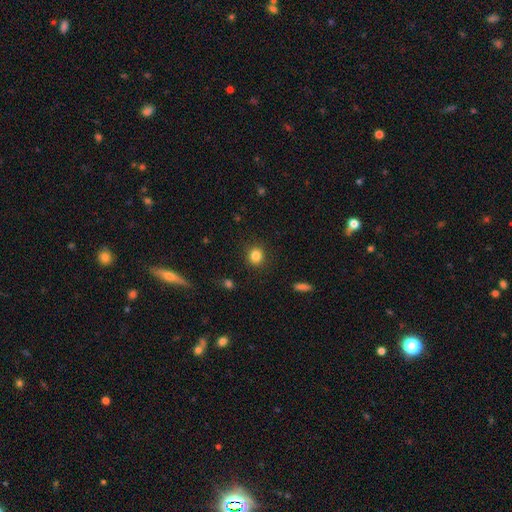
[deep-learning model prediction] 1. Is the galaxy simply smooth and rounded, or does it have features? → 83% smooth, 11% star or artifact, 5% featured or disk.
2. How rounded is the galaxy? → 87% round, 12% in between, 1% cigar-shaped.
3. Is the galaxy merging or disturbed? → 89% none, 7% minor disturbance, 3% major disturbance, 1% merger.